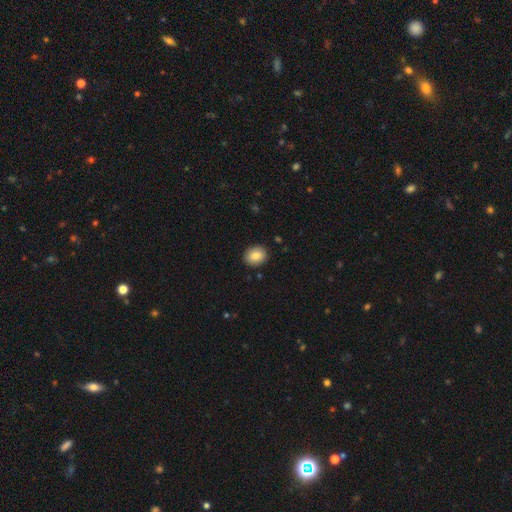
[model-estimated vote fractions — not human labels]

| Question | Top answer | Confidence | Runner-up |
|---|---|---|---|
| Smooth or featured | smooth | 85% | star or artifact (8%) |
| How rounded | round | 58% | in between (41%) |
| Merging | none | 89% | minor disturbance (8%) |